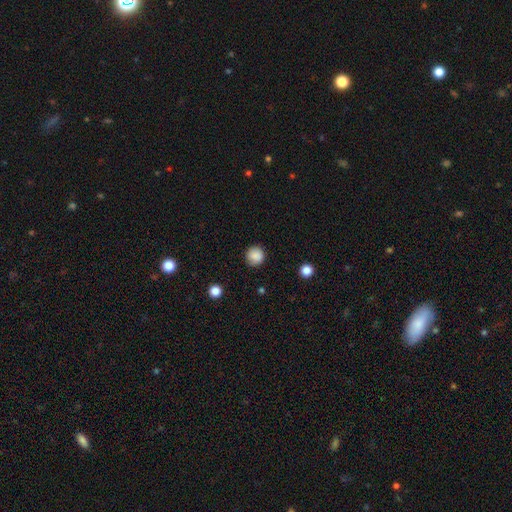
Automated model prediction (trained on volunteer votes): Morphology: type=smooth (87%); roundness=round (94%); merging=none (88%).